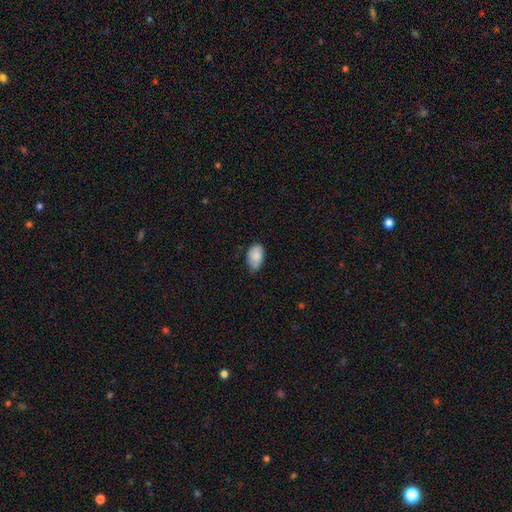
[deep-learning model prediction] Smooth or featured: smooth — 82% (featured or disk — 11%)
How rounded: in between — 92% (round — 7%)
Merging: none — 61% (minor disturbance — 33%)